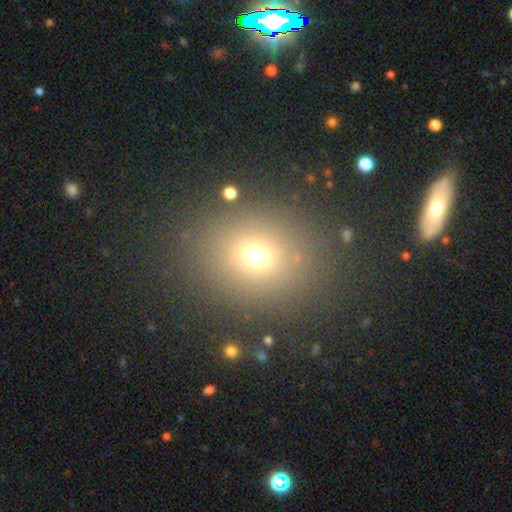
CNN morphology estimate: The model was most divided on "how rounded": round: 72%, in between: 27%, cigar-shaped: 1%. More confident: merging — none (84%); smooth or featured — smooth (68%).